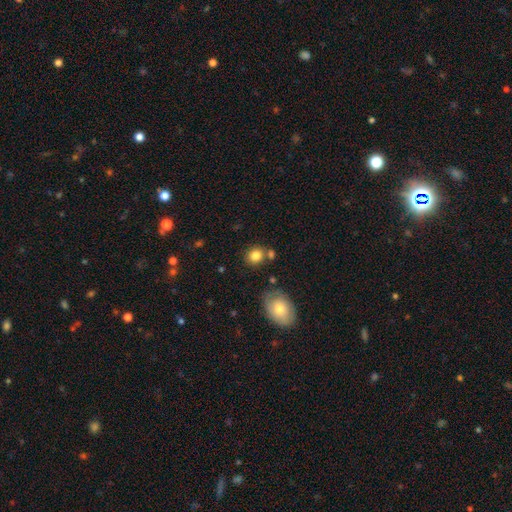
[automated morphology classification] Smooth or featured: smooth — 82% (star or artifact — 10%)
How rounded: round — 70% (in between — 29%)
Merging: none — 71% (merger — 13%)